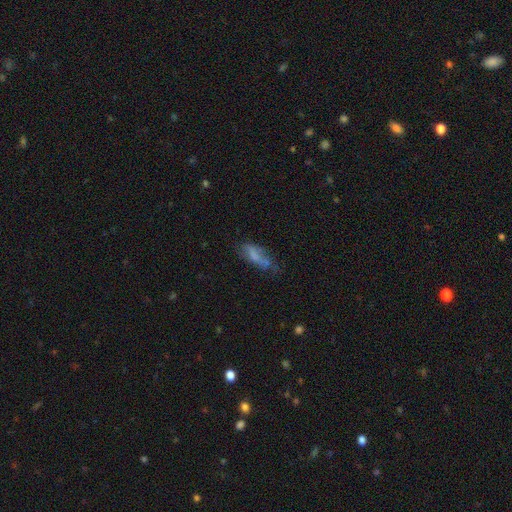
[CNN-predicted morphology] Q: Smooth or featured?
A: smooth (60%); runner-up: featured or disk (29%)
Q: How rounded?
A: in between (59%); runner-up: cigar-shaped (39%)
Q: Merging?
A: none (42%); runner-up: minor disturbance (30%)